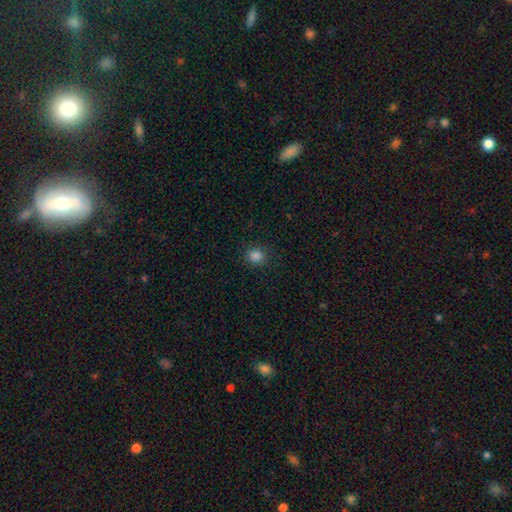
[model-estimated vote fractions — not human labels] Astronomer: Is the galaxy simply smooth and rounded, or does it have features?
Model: smooth — 85%.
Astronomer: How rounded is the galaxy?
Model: round — 79%.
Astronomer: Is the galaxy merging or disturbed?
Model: none — 89%.